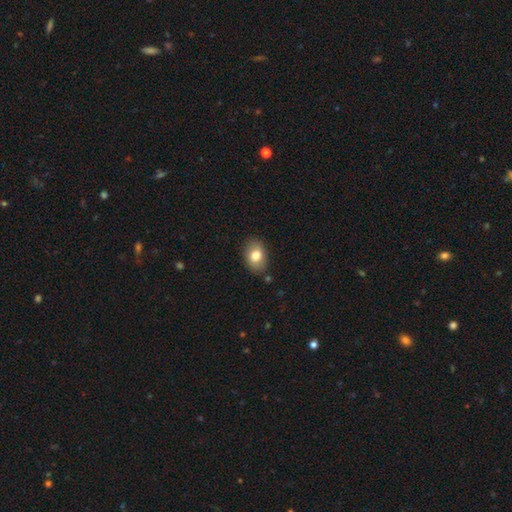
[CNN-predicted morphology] Smooth or featured? Predicted: smooth (p=0.79). How rounded? Predicted: in between (p=0.80). Merging? Predicted: none (p=0.83).